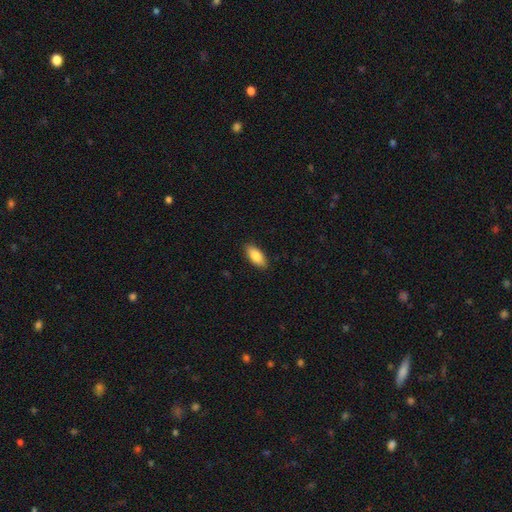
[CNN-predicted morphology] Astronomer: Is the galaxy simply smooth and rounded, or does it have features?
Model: smooth — 85%.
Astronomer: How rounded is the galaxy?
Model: in between — 84%.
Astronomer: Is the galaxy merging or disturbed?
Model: none — 89%.